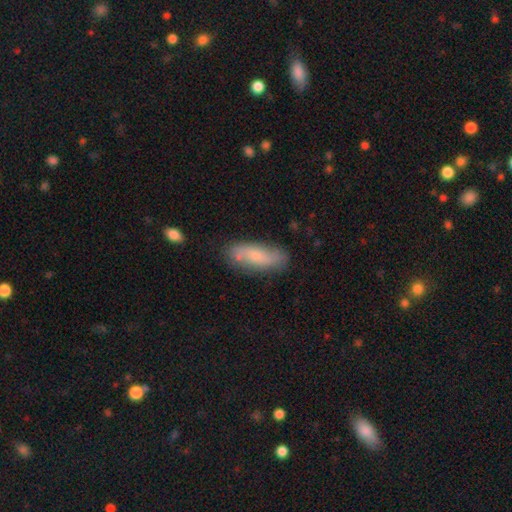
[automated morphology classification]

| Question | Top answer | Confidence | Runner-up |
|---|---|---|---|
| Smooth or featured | smooth | 55% | featured or disk (38%) |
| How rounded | in between | 63% | cigar-shaped (35%) |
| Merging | none | 75% | minor disturbance (18%) |